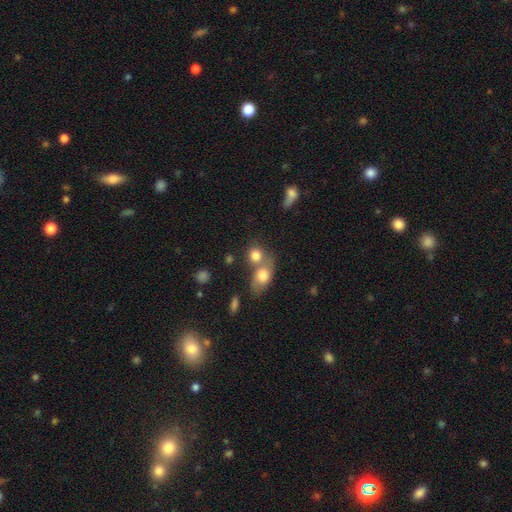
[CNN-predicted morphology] A smooth galaxy with no disk features (80%) that is round (70%).

Vote fractions:
- Smooth or featured? smooth: 80% / featured or disk: 10% / star or artifact: 10%
- How rounded? round: 70% / in between: 28% / cigar-shaped: 2%
- Merging? merger: 50% / none: 38% / minor disturbance: 8% / major disturbance: 4%